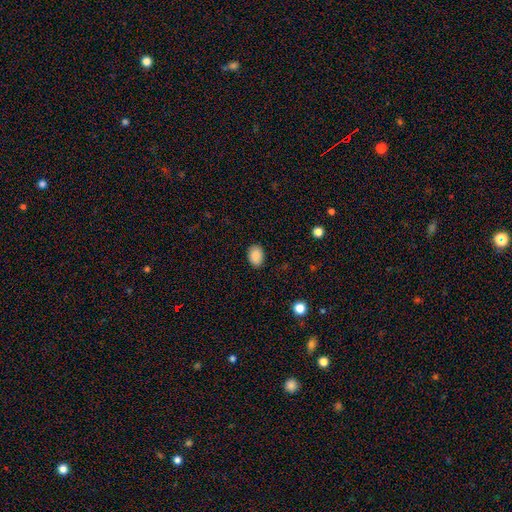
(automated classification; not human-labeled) Smooth or featured? Predicted: smooth (p=0.89). How rounded? Predicted: in between (p=0.78). Merging? Predicted: none (p=0.88).